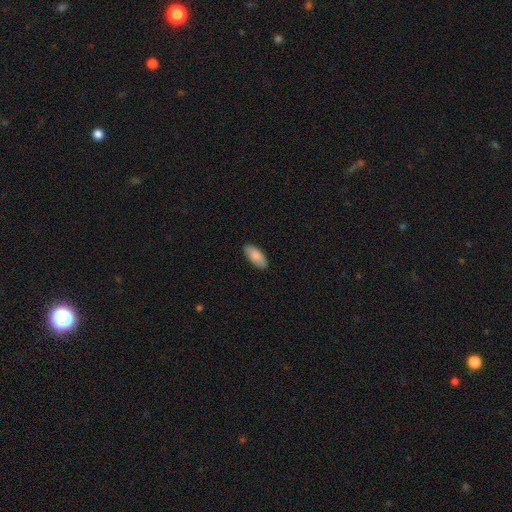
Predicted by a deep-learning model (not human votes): Q: Smooth or featured?
A: smooth (86%); runner-up: featured or disk (9%)
Q: How rounded?
A: in between (91%); runner-up: cigar-shaped (7%)
Q: Merging?
A: none (87%); runner-up: minor disturbance (10%)